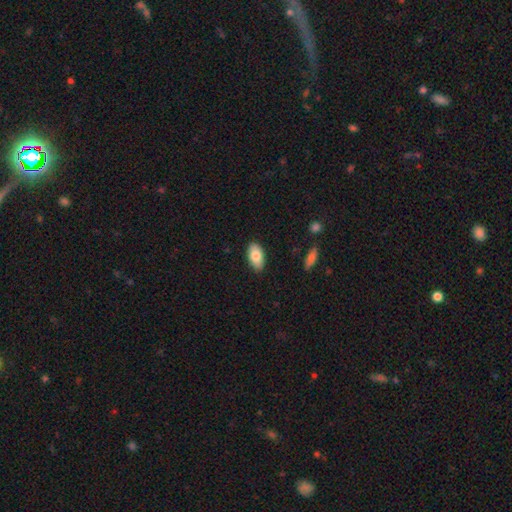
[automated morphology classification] Smooth or featured?
  - smooth: 82% *
  - featured or disk: 12%
  - star or artifact: 6%
How rounded?
  - in between: 94% *
  - cigar-shaped: 3%
  - round: 3%
Merging?
  - none: 87% *
  - minor disturbance: 10%
  - major disturbance: 2%
  - merger: 1%